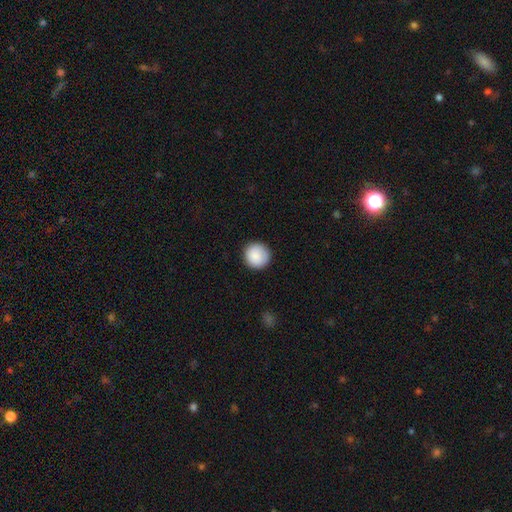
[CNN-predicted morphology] Smooth or featured?
  - smooth: 88% *
  - star or artifact: 7%
  - featured or disk: 5%
How rounded?
  - round: 95% *
  - in between: 4%
  - cigar-shaped: 1%
Merging?
  - none: 90% *
  - minor disturbance: 7%
  - major disturbance: 2%
  - merger: 1%